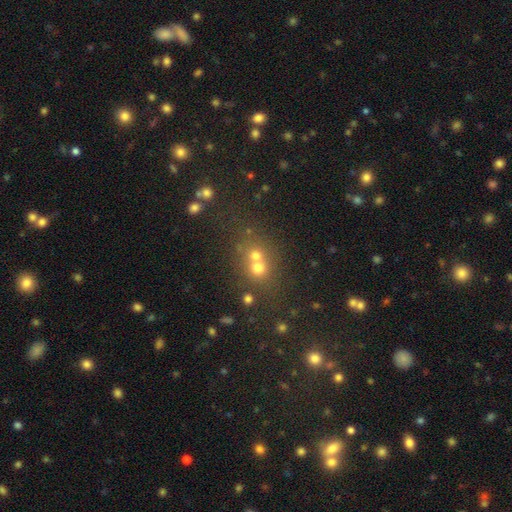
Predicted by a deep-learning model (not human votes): smooth 65%, star or artifact 20%, featured or disk 16%. Down the decision tree: how rounded — round (81%); merging — merger (53%).